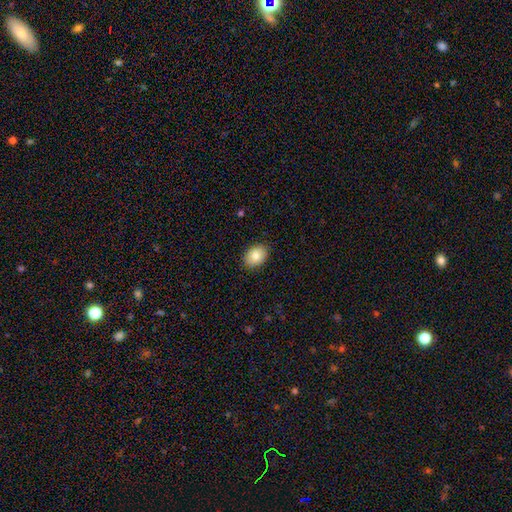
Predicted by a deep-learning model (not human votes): This appears to be a smooth galaxy with no disk features (84%) that is in between round and cigar-shaped (77%). Merging: none (89%).